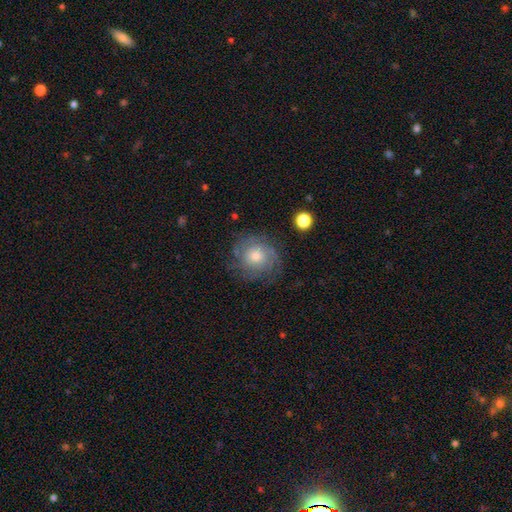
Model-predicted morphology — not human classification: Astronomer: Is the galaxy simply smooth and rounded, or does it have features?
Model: featured or disk — 68%.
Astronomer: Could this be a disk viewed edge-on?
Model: no — 97%.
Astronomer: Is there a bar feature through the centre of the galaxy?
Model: no — 81%.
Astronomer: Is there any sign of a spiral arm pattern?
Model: yes — 89%.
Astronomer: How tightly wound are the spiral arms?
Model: tight — 65%.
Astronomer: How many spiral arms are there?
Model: can't tell — 45%.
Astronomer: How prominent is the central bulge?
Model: moderate — 61%.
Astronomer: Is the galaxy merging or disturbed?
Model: none — 76%.